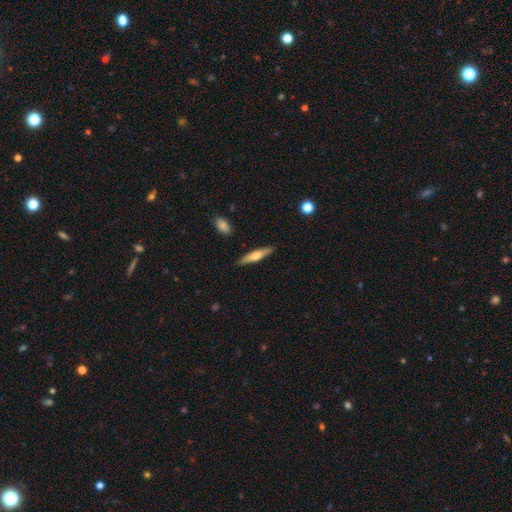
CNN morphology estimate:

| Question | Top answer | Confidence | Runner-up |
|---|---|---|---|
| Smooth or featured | smooth | 51% | featured or disk (43%) |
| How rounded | cigar-shaped | 83% | in between (15%) |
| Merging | none | 88% | minor disturbance (8%) |